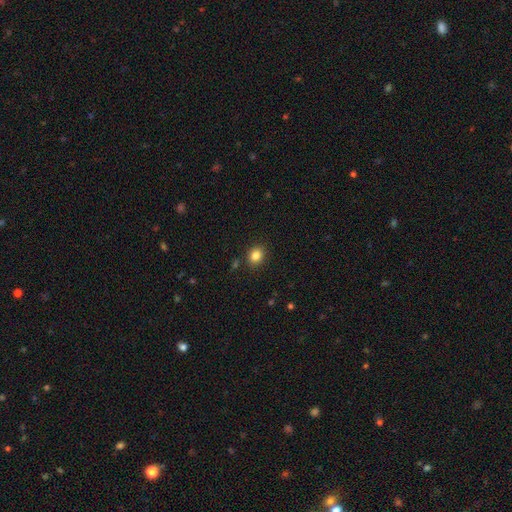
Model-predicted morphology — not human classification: type=smooth (84%); roundness=round (65%); merging=none (88%).